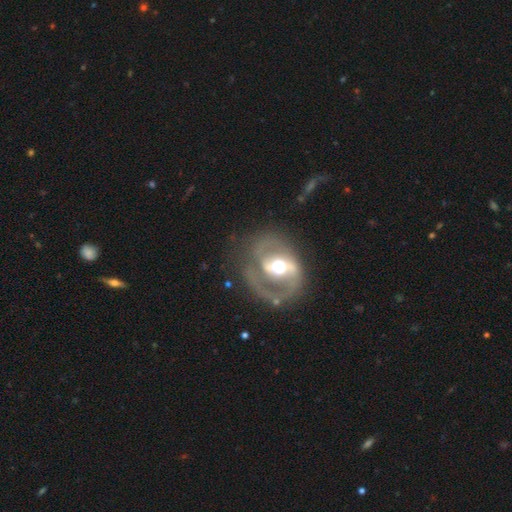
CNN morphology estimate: Smooth or featured?
  - featured or disk: 81% *
  - smooth: 13%
  - star or artifact: 6%
Edge-on disk?
  - no: 97% *
  - yes: 3%
Bar?
  - no: 41% *
  - weak: 35%
  - strong: 24%
Spiral arms?
  - yes: 76% *
  - no: 24%
Spiral winding?
  - medium: 44% *
  - tight: 33%
  - loose: 23%
Spiral arm count?
  - 2: 62% *
  - 1: 19%
  - can't tell: 12%
  - 3: 4%
  - 4: 2%
  - more than 4: 2%
Bulge size?
  - moderate: 64% *
  - large: 26%
  - small: 7%
  - dominant: 2%
  - none: 1%
Merging?
  - none: 57% *
  - minor disturbance: 21%
  - major disturbance: 20%
  - merger: 3%